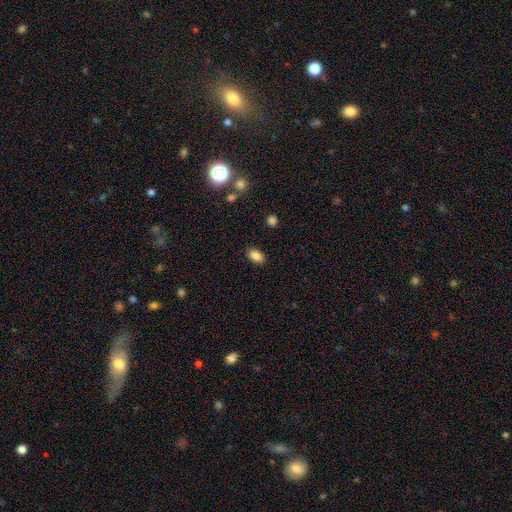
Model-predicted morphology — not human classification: Smooth or featured? smooth (86%)
How rounded? in between (90%)
Merging? none (88%)